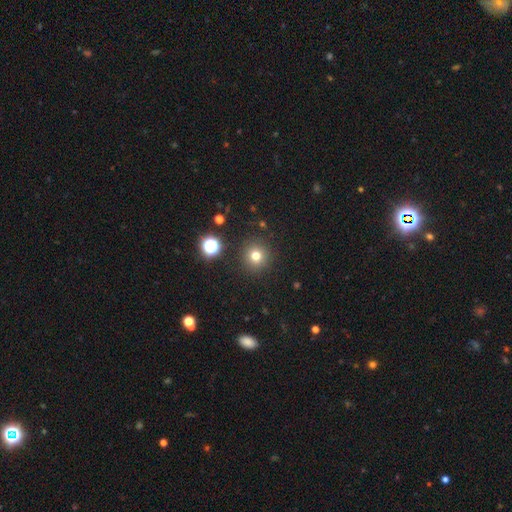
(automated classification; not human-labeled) This is likely a smooth galaxy (74%). How rounded: clearly round (94%). Merging: clearly none (90%).